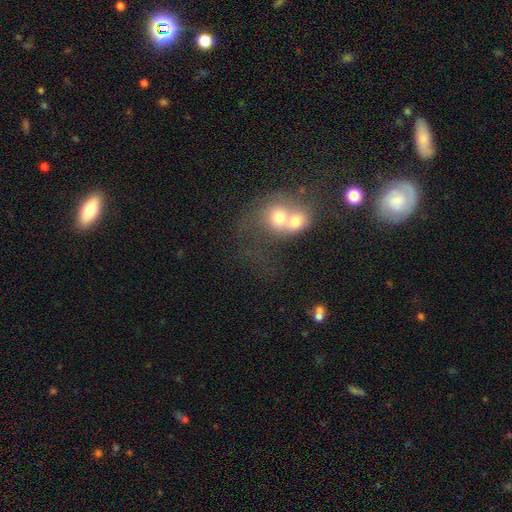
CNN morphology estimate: smooth-or-featured: smooth: 48% | featured or disk: 26% | star or artifact: 26%
  merging: merger: 53% | none: 24% | major disturbance: 13% | minor disturbance: 10%